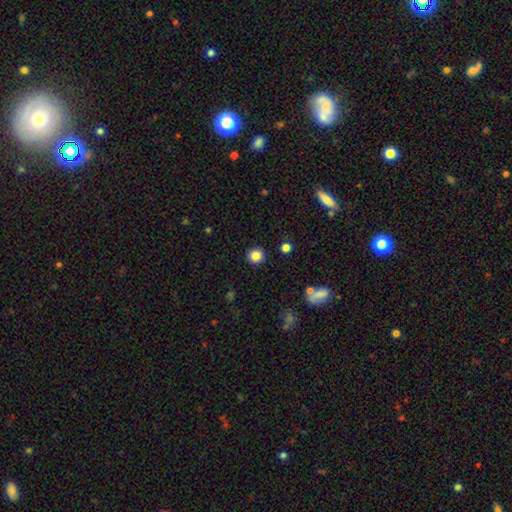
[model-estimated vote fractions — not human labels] smooth 85%, star or artifact 11%, featured or disk 4%. Down the decision tree: how rounded — round (92%); merging — none (92%).